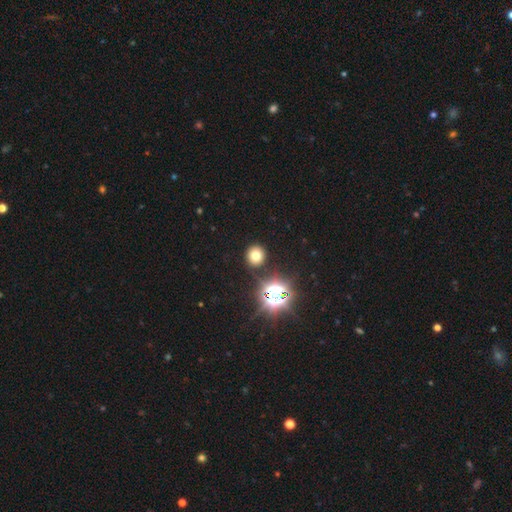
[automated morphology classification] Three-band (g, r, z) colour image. It shows a smooth galaxy with no disk features (69%) that is round (90%). Merging: none (89%).